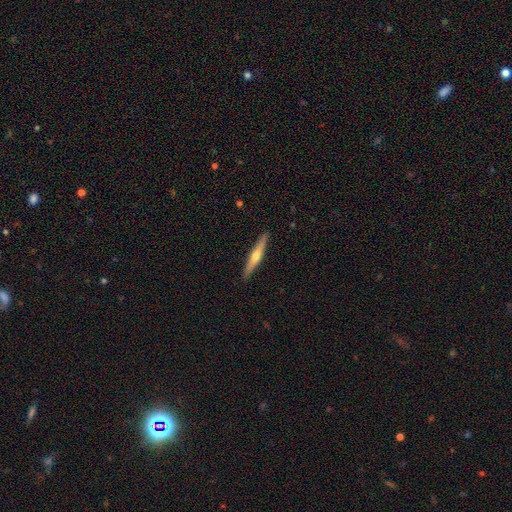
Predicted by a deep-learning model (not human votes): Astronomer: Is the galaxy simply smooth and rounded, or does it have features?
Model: featured or disk — 58% (runner-up: smooth, 37%).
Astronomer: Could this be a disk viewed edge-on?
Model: yes — 96%.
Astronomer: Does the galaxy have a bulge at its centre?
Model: rounded — 86%.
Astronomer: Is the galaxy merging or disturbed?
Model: none — 91%.